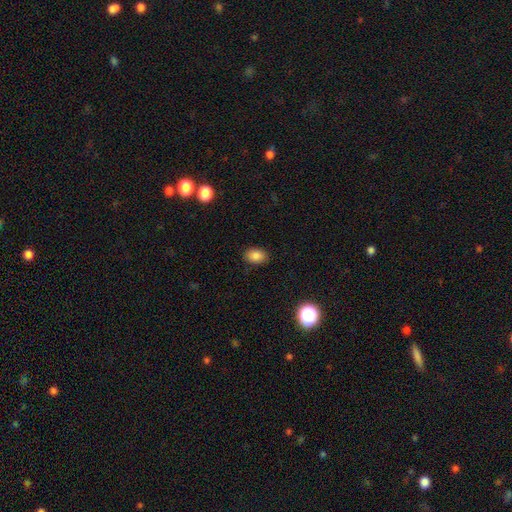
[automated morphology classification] smooth 85%, star or artifact 10%, featured or disk 5%. Down the decision tree: how rounded — in between (79%); merging — none (87%).